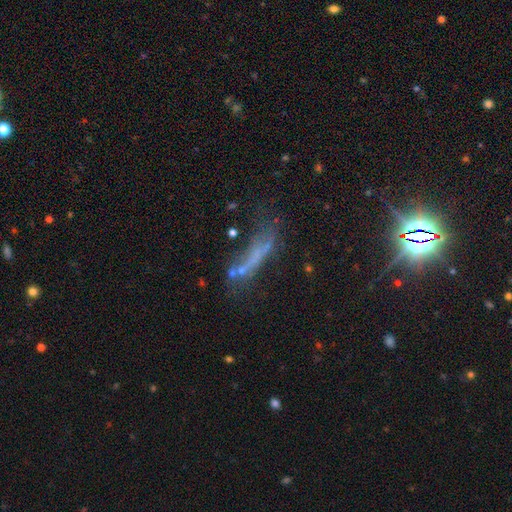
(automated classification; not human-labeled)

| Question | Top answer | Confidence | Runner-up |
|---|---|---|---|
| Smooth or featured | featured or disk | 39% | smooth (37%) |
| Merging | none | 39% | major disturbance (26%) |